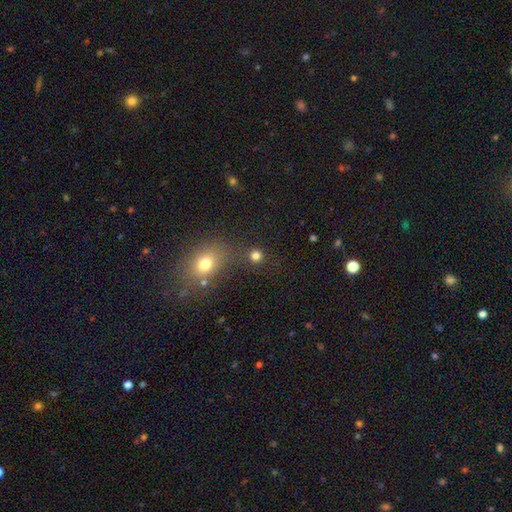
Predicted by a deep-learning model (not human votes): This appears to be a smooth galaxy with no disk features (79%) that is round (89%). Merging: none (77%).